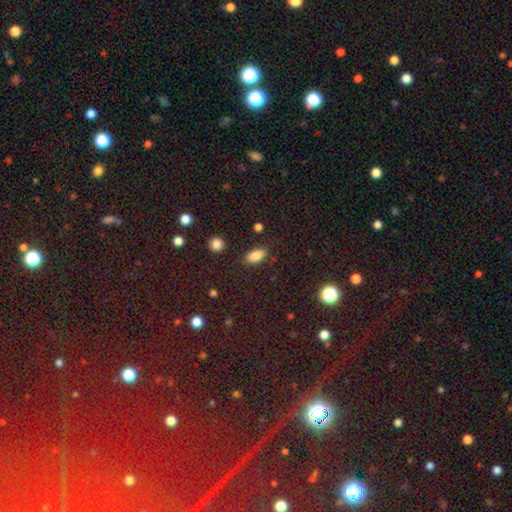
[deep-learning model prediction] Overall: smooth (85%). How rounded: in between (87%). Merging: none (85%).